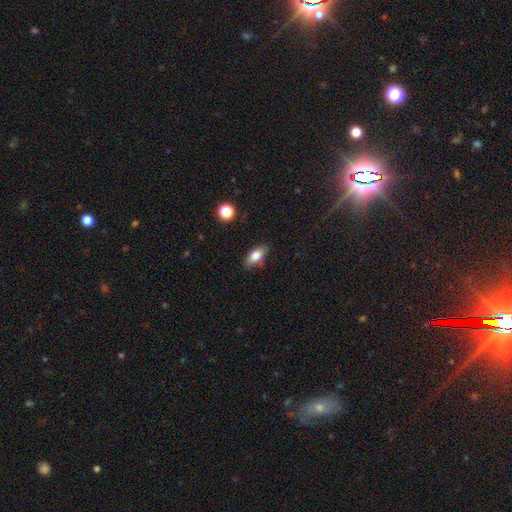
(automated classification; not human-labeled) Smooth or featured? Predicted: smooth (p=0.81). How rounded? Predicted: in between (p=0.87). Merging? Predicted: none (p=0.85).